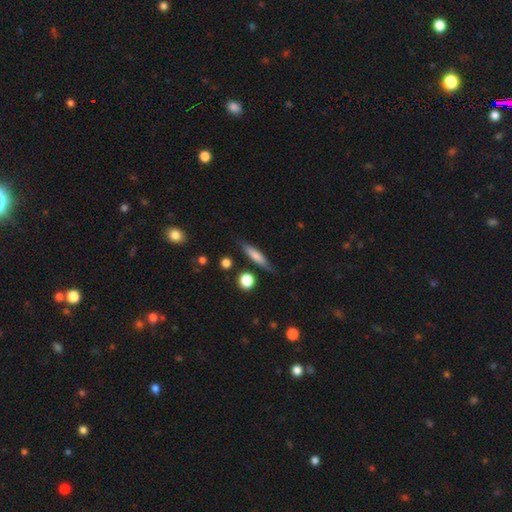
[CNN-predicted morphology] smooth-or-featured: smooth: 67% | featured or disk: 26% | star or artifact: 7%
  how-rounded: cigar-shaped: 80% | in between: 17% | round: 3%
  merging: none: 79% | minor disturbance: 14% | merger: 3% | major disturbance: 3%